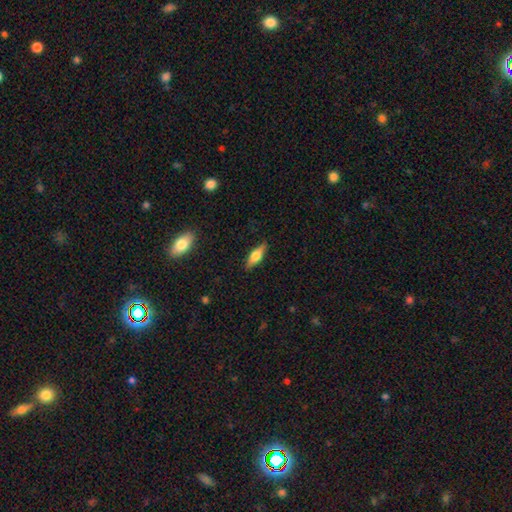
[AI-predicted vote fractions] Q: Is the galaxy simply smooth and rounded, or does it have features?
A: smooth — 52%.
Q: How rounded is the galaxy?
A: in between — 50%.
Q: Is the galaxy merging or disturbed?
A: none — 87%.